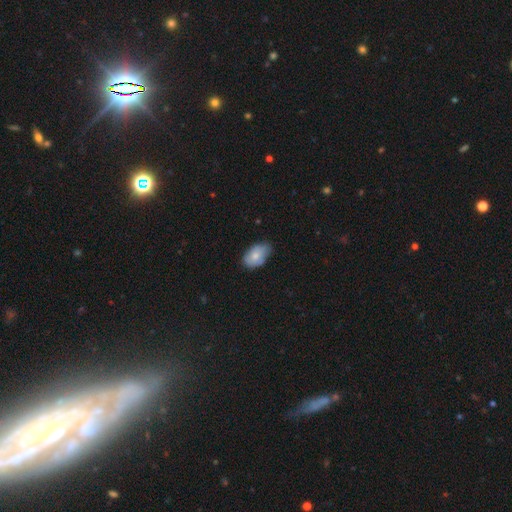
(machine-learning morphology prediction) A smooth galaxy with no disk features (72%) that is in between round and cigar-shaped (90%).

Vote fractions:
- Smooth or featured? smooth: 72% / featured or disk: 21% / star or artifact: 7%
- How rounded? in between: 90% / round: 9% / cigar-shaped: 1%
- Merging? none: 59% / minor disturbance: 34% / major disturbance: 6% / merger: 2%